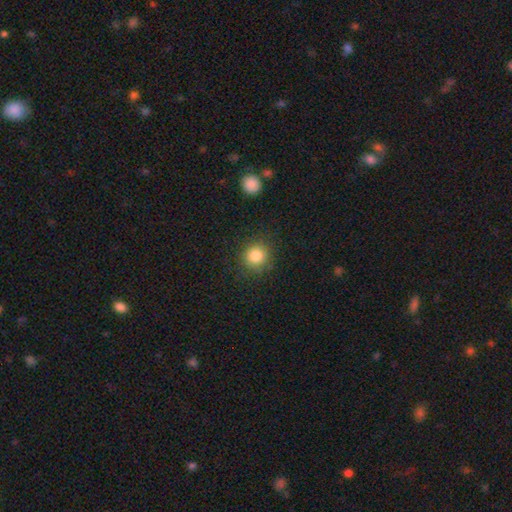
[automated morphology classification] Smooth or featured: smooth — 84% (star or artifact — 10%)
How rounded: round — 89% (in between — 10%)
Merging: none — 86% (minor disturbance — 9%)